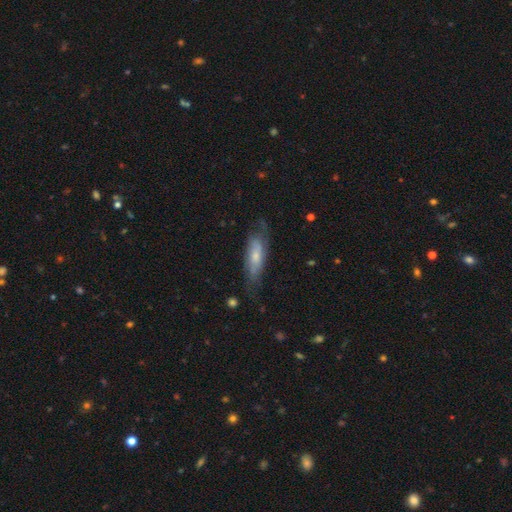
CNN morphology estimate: smooth_or_featured: smooth (p=0.49) [alt: featured or disk p=0.45]
merging: none (p=0.60) [alt: minor disturbance p=0.27]